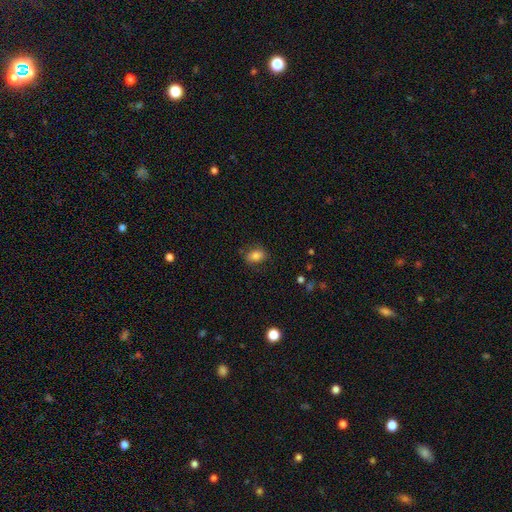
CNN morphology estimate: smooth-or-featured: smooth: 79% | featured or disk: 11% | star or artifact: 10%
  how-rounded: in between: 74% | round: 25% | cigar-shaped: 2%
  merging: none: 77% | minor disturbance: 17% | major disturbance: 5% | merger: 1%